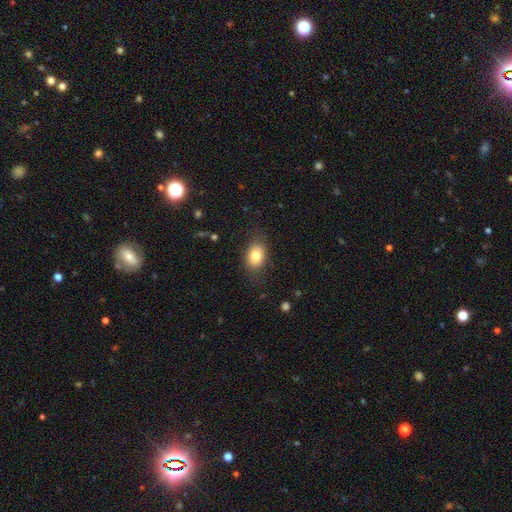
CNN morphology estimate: The model was most divided on "how rounded": in between: 72%, round: 27%, cigar-shaped: 1%. More confident: smooth or featured — smooth (80%); merging — none (79%).